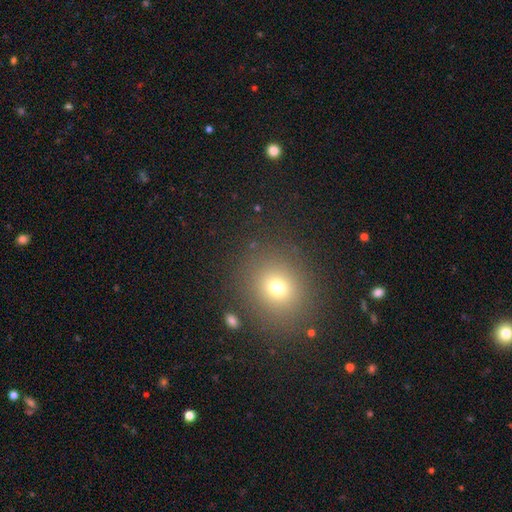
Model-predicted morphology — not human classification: Smooth or featured: smooth — 65% (star or artifact — 28%)
How rounded: round — 80% (in between — 18%)
Merging: none — 90% (minor disturbance — 6%)